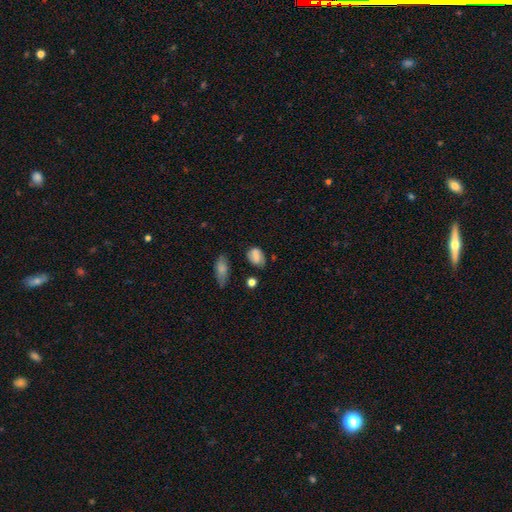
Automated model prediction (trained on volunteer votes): smooth_or_featured: smooth (p=0.79) [alt: featured or disk p=0.11]
how_rounded: in between (p=0.75) [alt: round p=0.23]
merging: none (p=0.61) [alt: minor disturbance p=0.27]